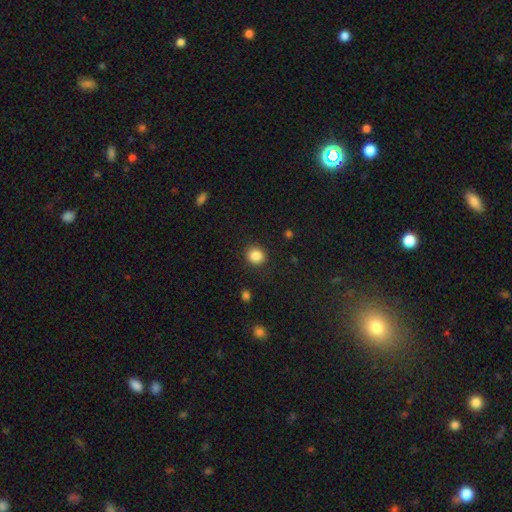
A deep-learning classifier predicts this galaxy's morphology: This appears to be a smooth galaxy with no disk features (86%) that is round (83%). Merging: none (89%).